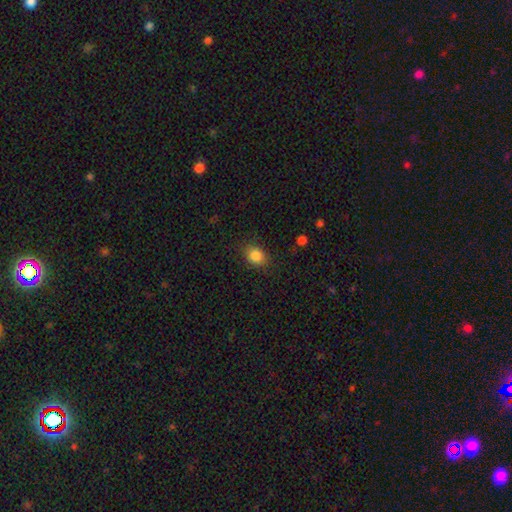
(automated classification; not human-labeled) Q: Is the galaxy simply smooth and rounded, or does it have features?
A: smooth — 85%.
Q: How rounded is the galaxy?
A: in between — 53%.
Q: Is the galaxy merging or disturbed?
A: none — 84%.